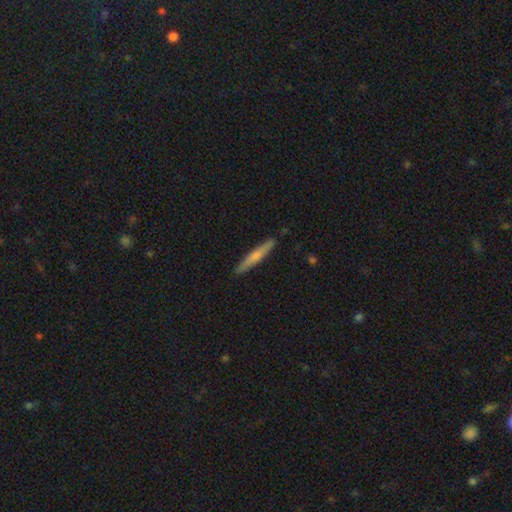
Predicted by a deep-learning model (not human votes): This appears to be a smooth galaxy with no disk features (56%) that is cigar-shaped (94%). Merging: none (90%).